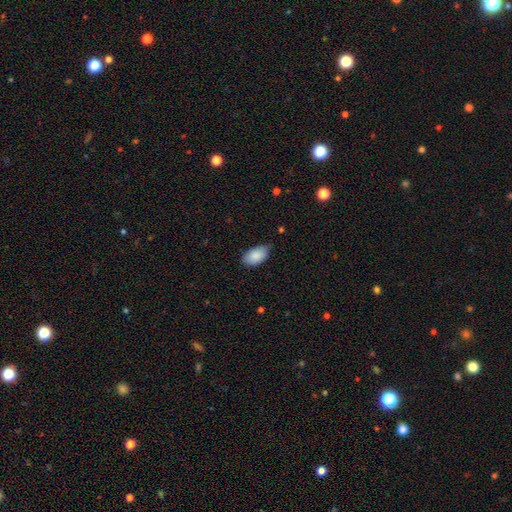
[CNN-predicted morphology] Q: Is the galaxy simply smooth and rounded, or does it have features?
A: smooth — 89%.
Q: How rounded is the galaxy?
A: in between — 95%.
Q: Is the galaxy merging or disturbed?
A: none — 71%.